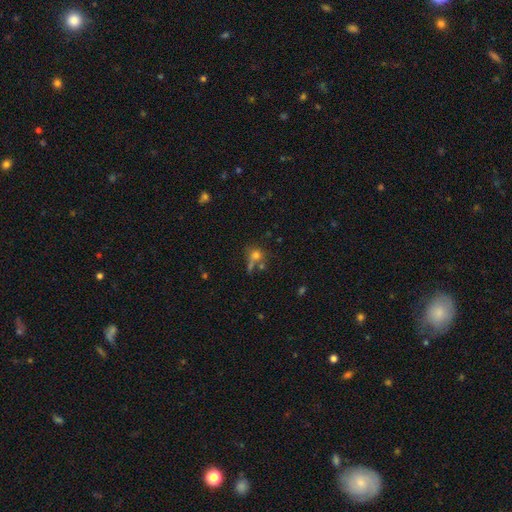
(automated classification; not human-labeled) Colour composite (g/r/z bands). It shows a smooth galaxy with no disk features (69%) that is round (74%). Merging: none (48%).